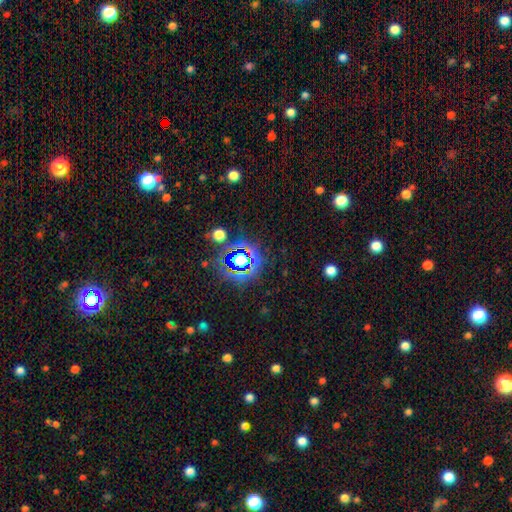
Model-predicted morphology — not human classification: A star or artifact, not a galaxy (77%).